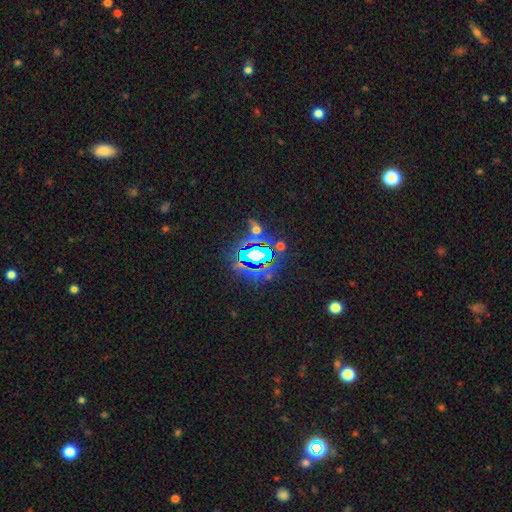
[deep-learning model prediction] The model was most divided on "smooth or featured": star or artifact: 69%, smooth: 17%, featured or disk: 14%.